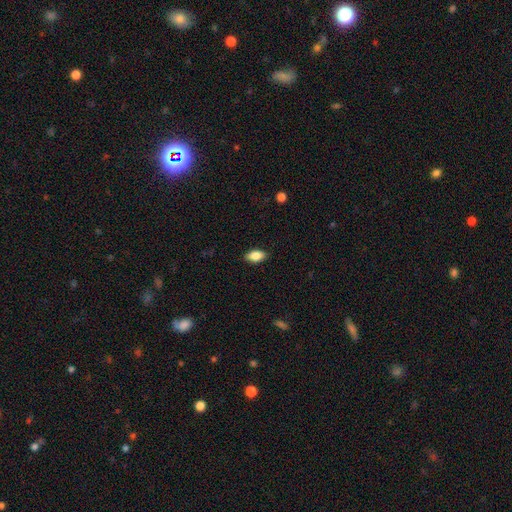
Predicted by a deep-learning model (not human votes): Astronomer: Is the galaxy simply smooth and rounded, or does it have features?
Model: smooth — 84%.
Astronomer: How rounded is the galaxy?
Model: in between — 91%.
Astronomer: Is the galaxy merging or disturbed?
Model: none — 88%.